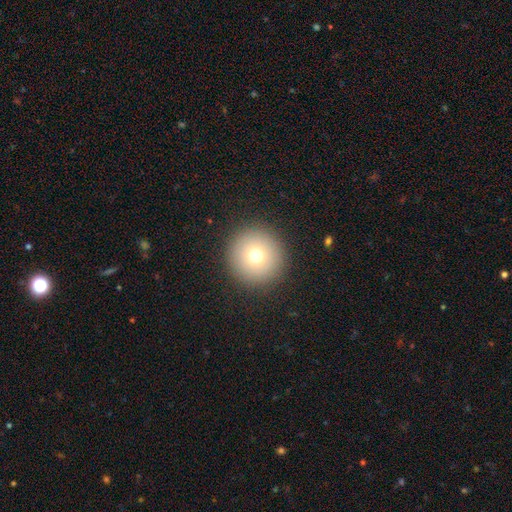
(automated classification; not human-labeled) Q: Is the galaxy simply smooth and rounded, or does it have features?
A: smooth — 74%.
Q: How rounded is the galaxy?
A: round — 96%.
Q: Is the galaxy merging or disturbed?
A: none — 92%.